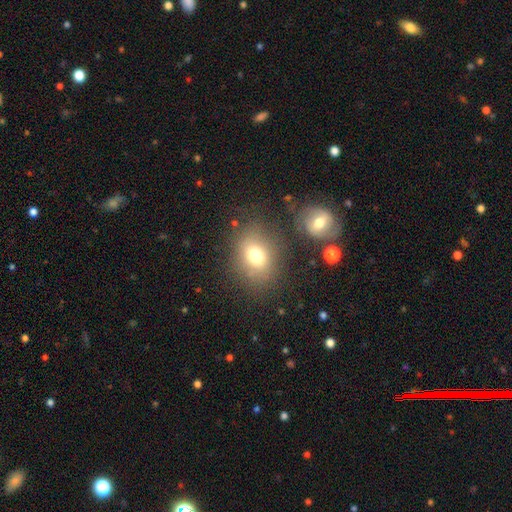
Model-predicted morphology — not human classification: Smooth or featured?
  - smooth: 73% *
  - featured or disk: 14%
  - star or artifact: 13%
How rounded?
  - round: 51% *
  - in between: 48%
  - cigar-shaped: 1%
Merging?
  - none: 72% *
  - minor disturbance: 14%
  - major disturbance: 7%
  - merger: 7%